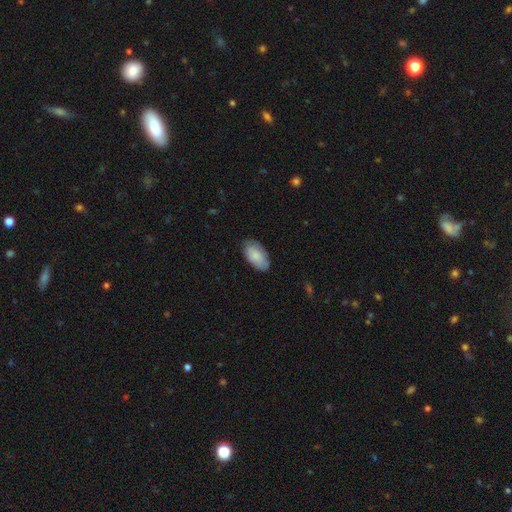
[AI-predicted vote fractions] smooth-or-featured: smooth: 81% | featured or disk: 13% | star or artifact: 6%
  how-rounded: in between: 95% | round: 3% | cigar-shaped: 2%
  merging: none: 78% | minor disturbance: 18% | major disturbance: 3% | merger: 1%